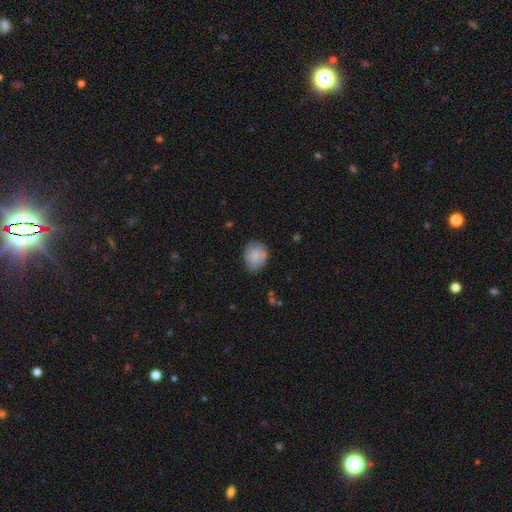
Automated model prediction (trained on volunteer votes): smooth 78%, featured or disk 15%, star or artifact 7%. Down the decision tree: how rounded — round (53%); merging — none (71%).